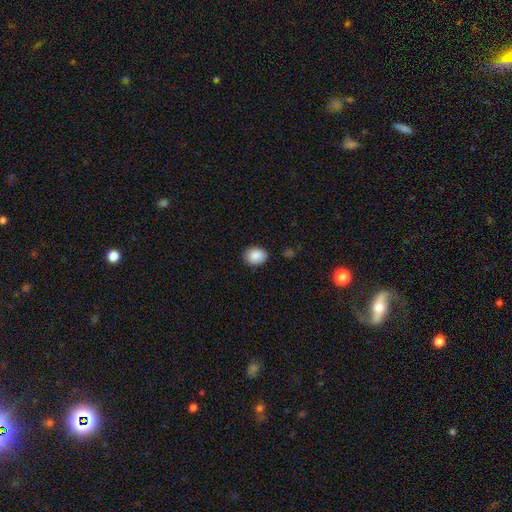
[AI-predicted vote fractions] smooth-or-featured: smooth: 89% | star or artifact: 8% | featured or disk: 3%
  how-rounded: in between: 56% | round: 43% | cigar-shaped: 1%
  merging: none: 84% | minor disturbance: 12% | major disturbance: 2% | merger: 1%